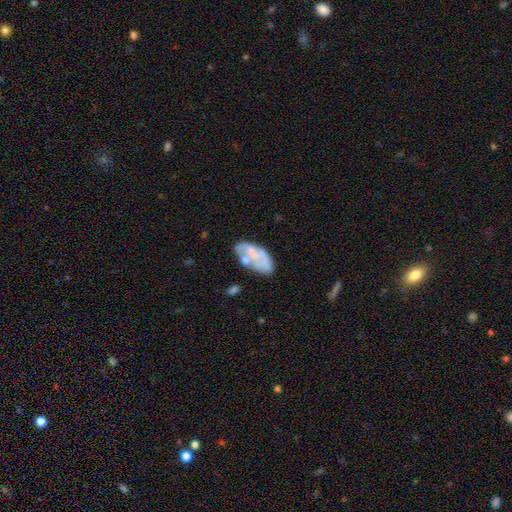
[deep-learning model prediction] Q: Smooth or featured?
A: featured or disk (56%); runner-up: smooth (36%)
Q: Edge-on disk?
A: no (95%); runner-up: yes (5%)
Q: Bar?
A: no (85%); runner-up: weak (11%)
Q: Spiral arms?
A: no (80%); runner-up: yes (20%)
Q: Bulge size?
A: none (36%); runner-up: small (35%)
Q: Merging?
A: none (45%); runner-up: minor disturbance (25%)